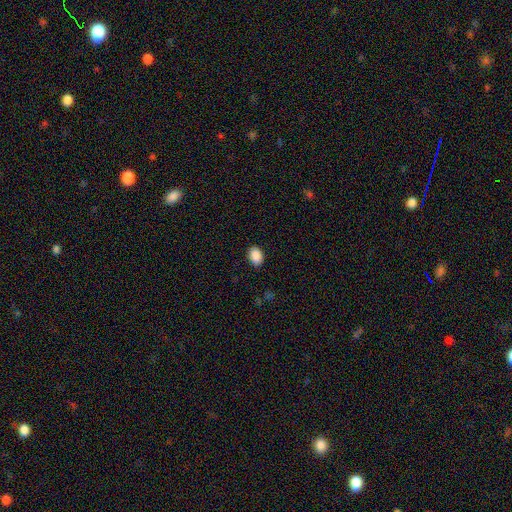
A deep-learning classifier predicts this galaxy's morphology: Smooth or featured? smooth (90%)
How rounded? in between (79%)
Merging? none (89%)